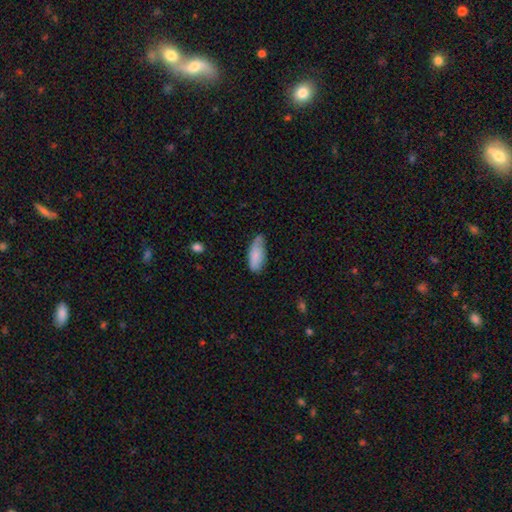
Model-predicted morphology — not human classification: Smooth or featured? smooth (79%)
How rounded? in between (84%)
Merging? none (56%)